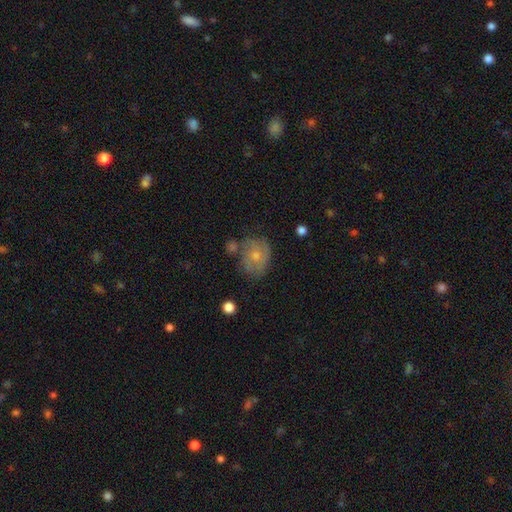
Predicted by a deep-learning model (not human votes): Q: Smooth or featured?
A: smooth (58%); runner-up: featured or disk (34%)
Q: How rounded?
A: round (55%); runner-up: in between (44%)
Q: Merging?
A: none (55%); runner-up: minor disturbance (25%)